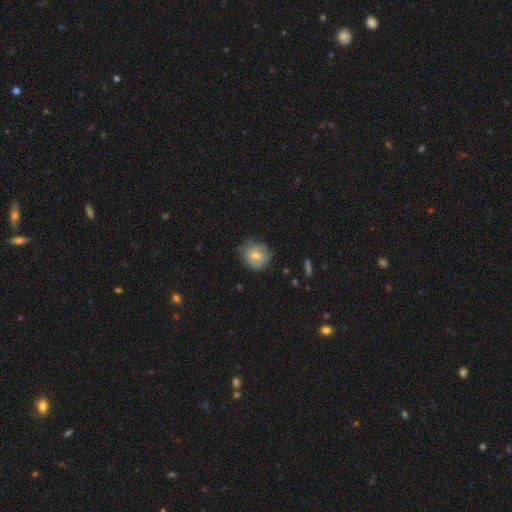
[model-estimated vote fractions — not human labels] Q: Smooth or featured?
A: smooth (64%); runner-up: featured or disk (28%)
Q: How rounded?
A: round (74%); runner-up: in between (25%)
Q: Merging?
A: none (64%); runner-up: minor disturbance (27%)